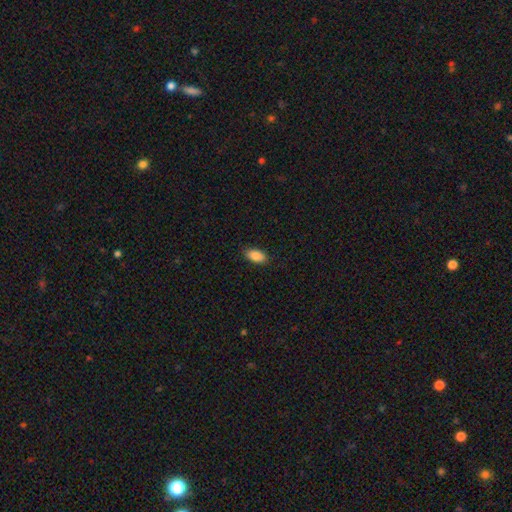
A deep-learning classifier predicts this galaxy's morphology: smooth_or_featured: smooth (p=0.88) [alt: star or artifact p=0.07]
how_rounded: in between (p=0.92) [alt: round p=0.04]
merging: none (p=0.87) [alt: minor disturbance p=0.10]